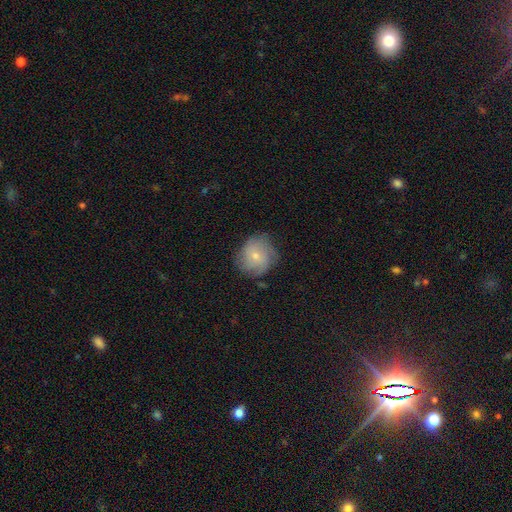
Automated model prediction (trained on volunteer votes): smooth-or-featured: smooth: 54% | featured or disk: 37% | star or artifact: 8%
  how-rounded: round: 83% | in between: 16% | cigar-shaped: 1%
  merging: none: 67% | minor disturbance: 24% | major disturbance: 7% | merger: 2%